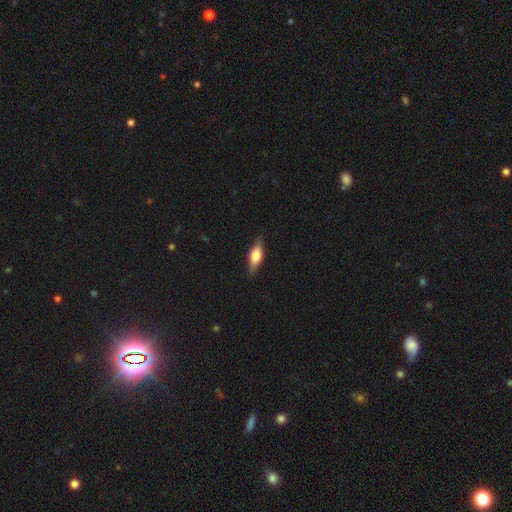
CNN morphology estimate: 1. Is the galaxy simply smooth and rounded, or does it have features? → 61% smooth, 32% featured or disk, 7% star or artifact.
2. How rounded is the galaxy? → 67% in between, 29% cigar-shaped, 4% round.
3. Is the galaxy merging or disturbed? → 84% none, 13% minor disturbance, 2% major disturbance, 1% merger.